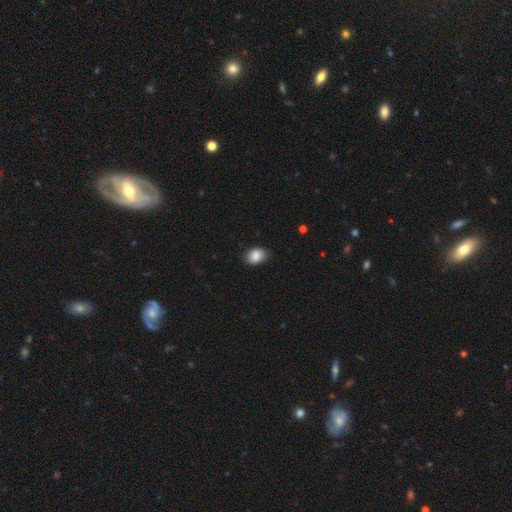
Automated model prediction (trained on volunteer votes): The model was most divided on "how rounded": in between: 73%, round: 26%, cigar-shaped: 1%. More confident: smooth or featured — smooth (86%); merging — none (79%).